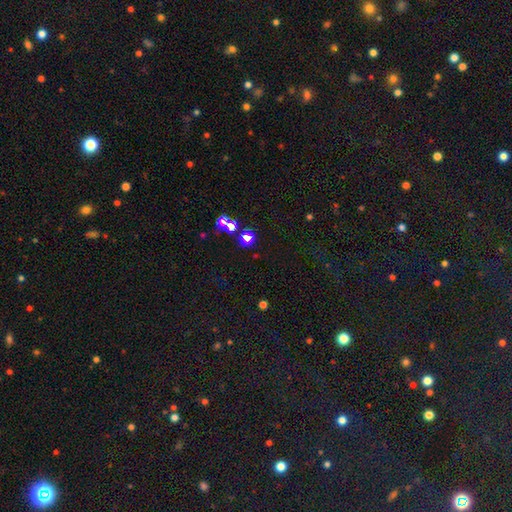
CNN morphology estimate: smooth-or-featured: star or artifact: 63% | smooth: 29% | featured or disk: 8%